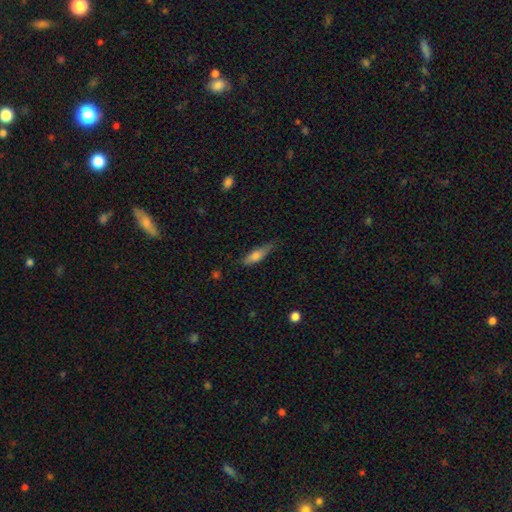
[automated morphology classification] Overall: smooth (71%). How rounded: cigar-shaped (52%; in between 46%). Merging: none (63%; minor disturbance 29%).